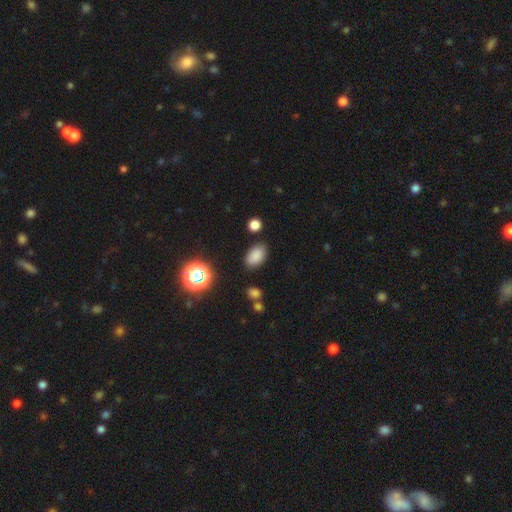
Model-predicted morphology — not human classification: Smooth or featured? smooth (83%)
How rounded? in between (90%)
Merging? none (84%)